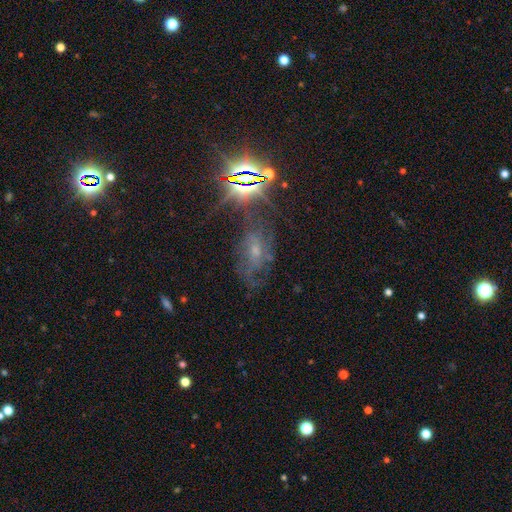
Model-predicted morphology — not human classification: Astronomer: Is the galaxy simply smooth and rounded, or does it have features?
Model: featured or disk — 48% (runner-up: star or artifact, 35%).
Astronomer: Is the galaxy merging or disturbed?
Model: none — 56%.